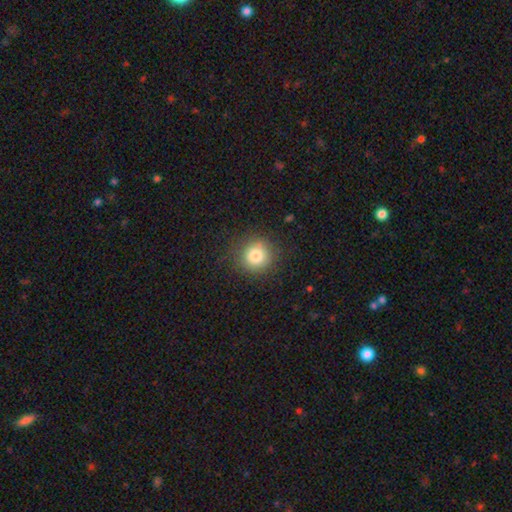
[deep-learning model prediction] smooth 81%, star or artifact 12%, featured or disk 7%. Down the decision tree: how rounded — round (93%); merging — none (86%).